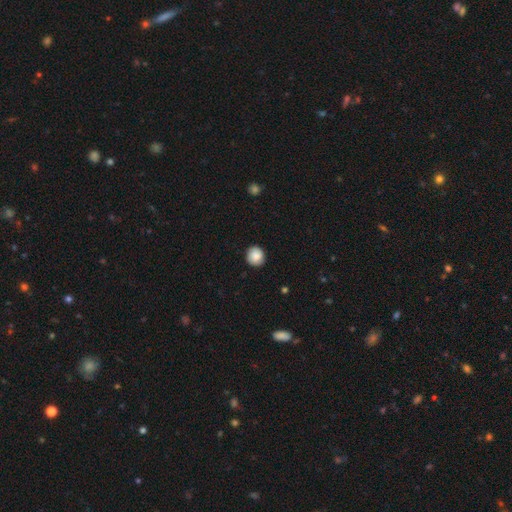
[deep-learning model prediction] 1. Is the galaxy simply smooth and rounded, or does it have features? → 87% smooth, 8% star or artifact, 6% featured or disk.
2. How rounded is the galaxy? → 91% round, 8% in between, 1% cigar-shaped.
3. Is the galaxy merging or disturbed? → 88% none, 9% minor disturbance, 2% major disturbance, 1% merger.